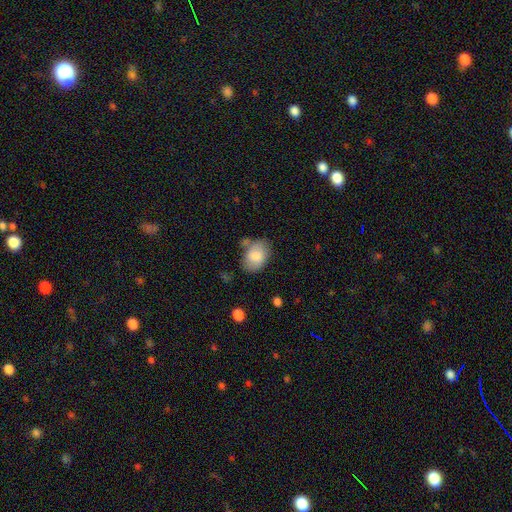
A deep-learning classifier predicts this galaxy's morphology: smooth 80%, featured or disk 13%, star or artifact 7%. Down the decision tree: how rounded — in between (77%); merging — none (58%).